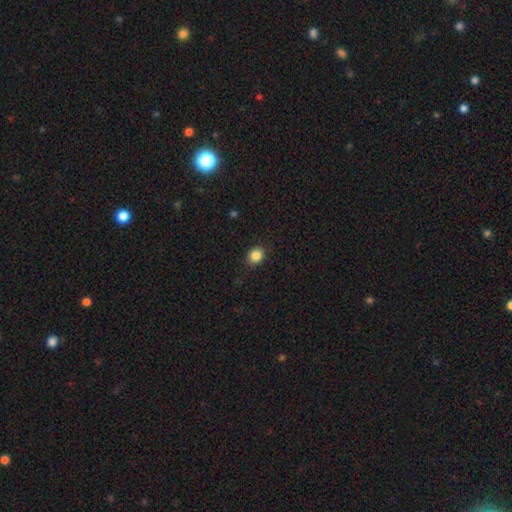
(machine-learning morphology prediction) This is clearly a smooth galaxy (85%). How rounded: likely round (65%). Merging: clearly none (89%).